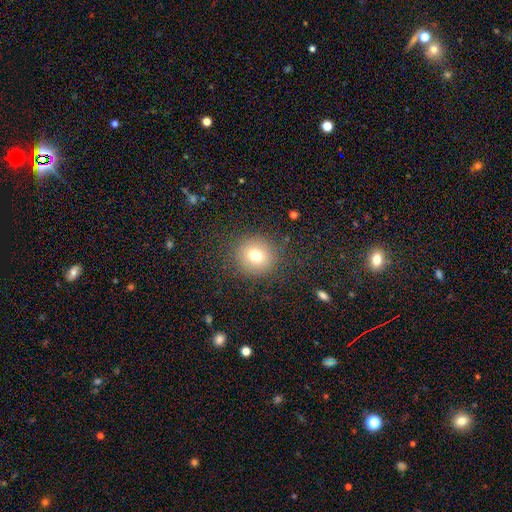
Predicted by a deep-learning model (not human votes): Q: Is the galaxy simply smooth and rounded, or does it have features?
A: smooth — 74%.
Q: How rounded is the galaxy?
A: round — 86%.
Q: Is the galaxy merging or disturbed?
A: none — 85%.